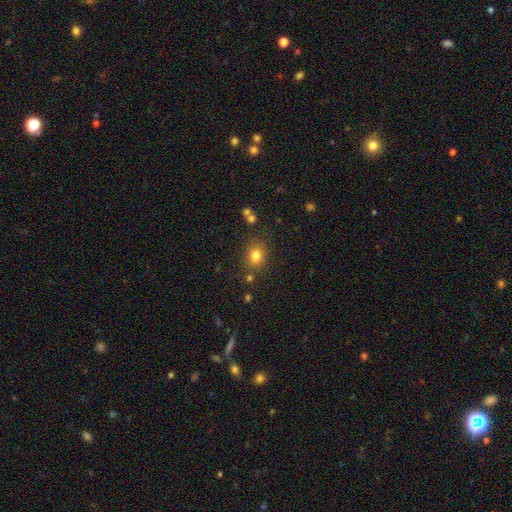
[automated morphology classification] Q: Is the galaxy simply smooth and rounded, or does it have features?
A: smooth — 80%.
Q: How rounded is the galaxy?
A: round — 60%.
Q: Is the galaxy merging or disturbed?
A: none — 76%.